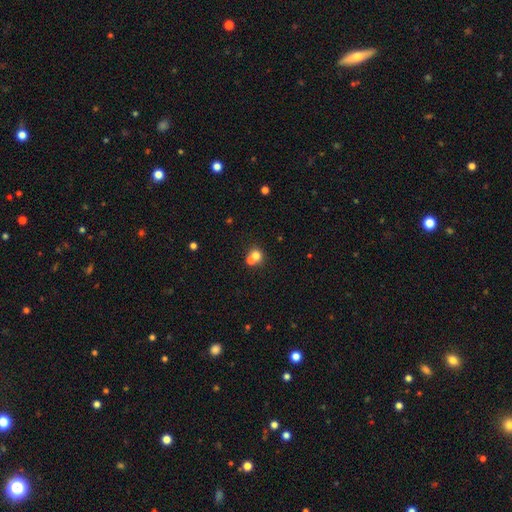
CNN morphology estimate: Smooth or featured? smooth (70%)
How rounded? round (79%)
Merging? merger (54%)